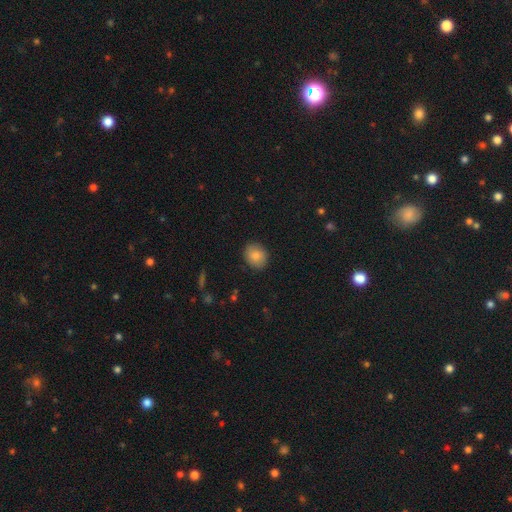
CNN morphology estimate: A smooth galaxy with no disk features (83%) that is round (61%). Merging: none (88%).